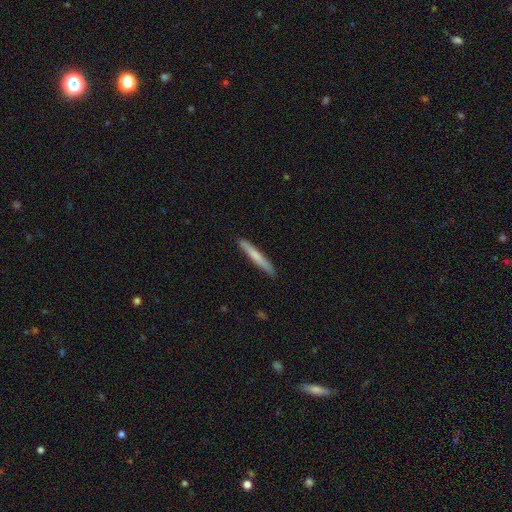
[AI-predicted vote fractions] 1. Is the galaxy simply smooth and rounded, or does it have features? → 67% smooth, 27% featured or disk, 5% star or artifact.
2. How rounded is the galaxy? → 96% cigar-shaped, 3% in between, 1% round.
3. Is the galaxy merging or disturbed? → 91% none, 7% minor disturbance, 1% major disturbance, 1% merger.